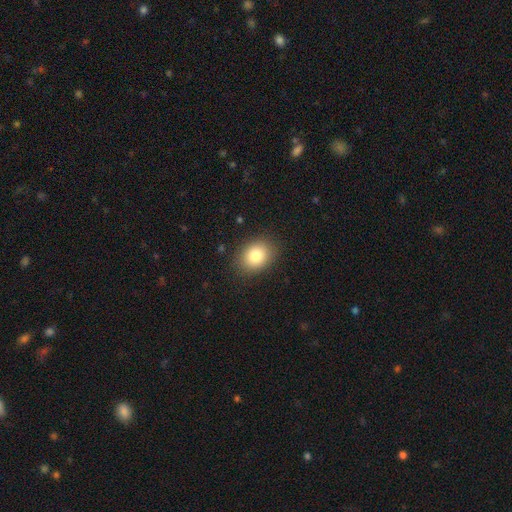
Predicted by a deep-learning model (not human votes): A smooth galaxy with no disk features (82%) that is in between round and cigar-shaped (58%). Merging: none (87%).